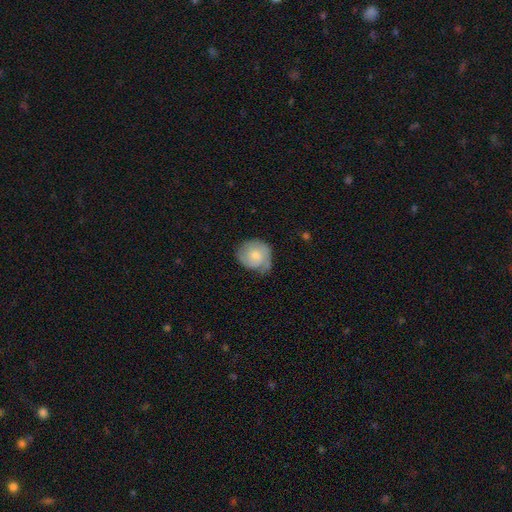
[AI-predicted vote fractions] A smooth galaxy with no disk features (50%) that is round (73%). Merging: none (48%).